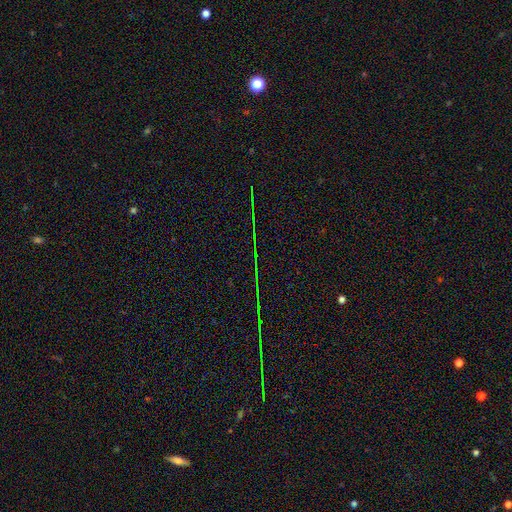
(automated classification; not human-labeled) star or artifact 82%, smooth 9%, featured or disk 9%.